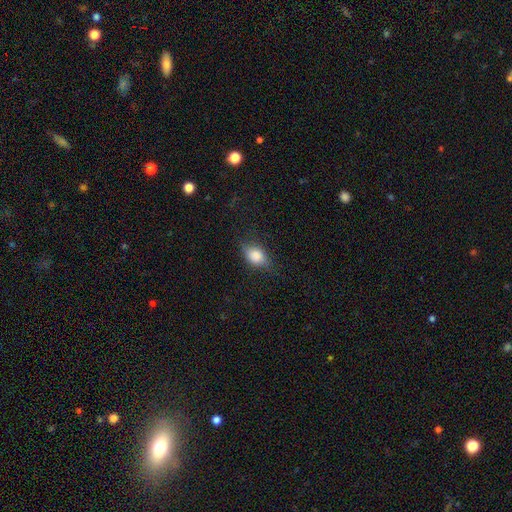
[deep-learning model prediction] Overall: smooth (82%). How rounded: in between (77%). Merging: none (71%).